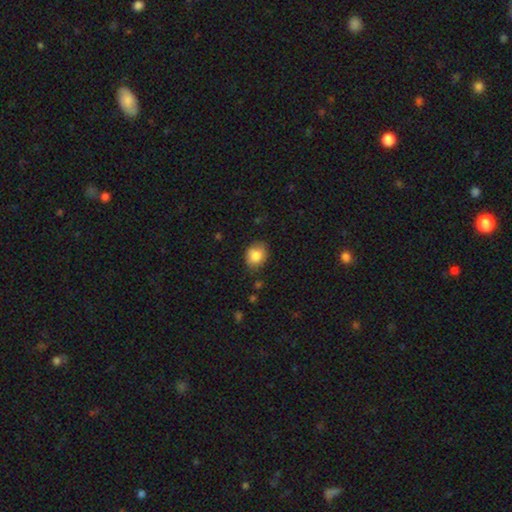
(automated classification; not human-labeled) Smooth or featured: smooth — 82% (featured or disk — 9%)
How rounded: in between — 52% (round — 47%)
Merging: none — 76% (minor disturbance — 19%)